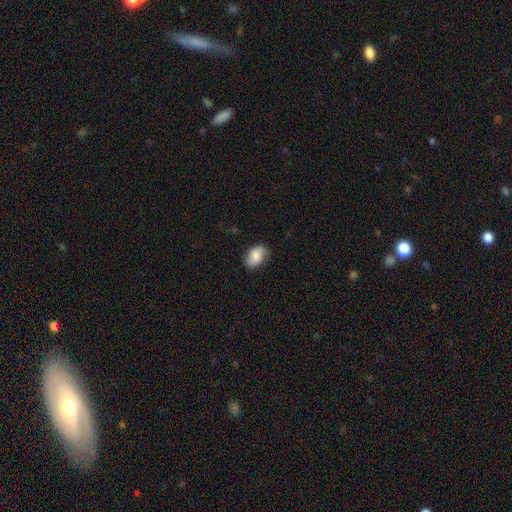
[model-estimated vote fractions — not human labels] smooth-or-featured: smooth: 70% | featured or disk: 22% | star or artifact: 8%
  how-rounded: in between: 84% | round: 14% | cigar-shaped: 1%
  merging: none: 69% | minor disturbance: 24% | major disturbance: 6% | merger: 1%